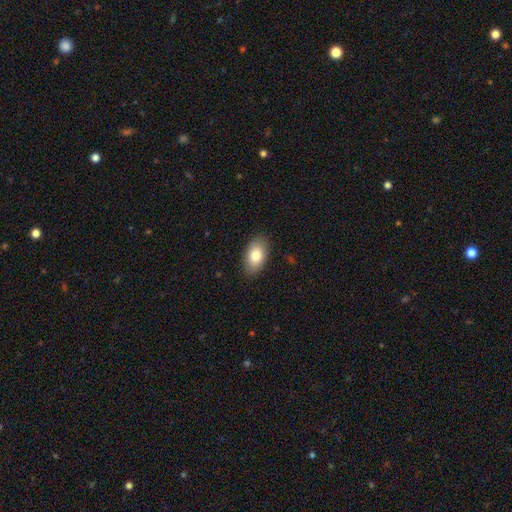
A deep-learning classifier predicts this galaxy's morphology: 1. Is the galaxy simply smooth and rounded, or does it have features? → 80% smooth, 13% featured or disk, 7% star or artifact.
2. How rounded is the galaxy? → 92% in between, 6% round, 2% cigar-shaped.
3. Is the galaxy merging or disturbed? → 87% none, 10% minor disturbance, 2% major disturbance, 1% merger.